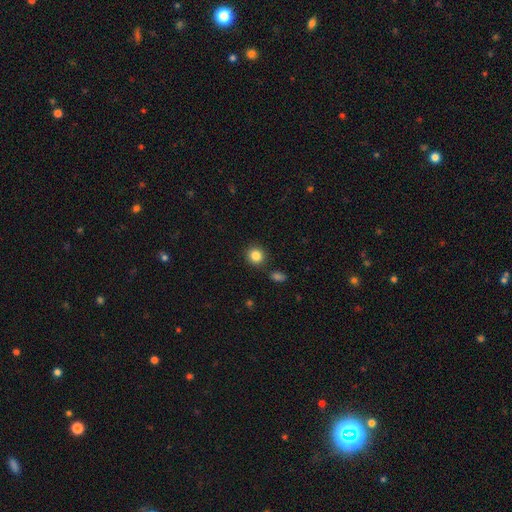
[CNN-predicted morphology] This appears to be a smooth galaxy with no disk features (86%) that is round (89%). Merging: none (87%).